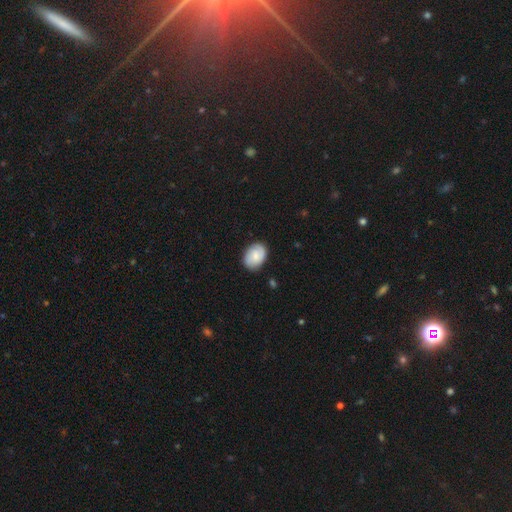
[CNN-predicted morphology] Smooth or featured?
  - smooth: 80% *
  - featured or disk: 14%
  - star or artifact: 6%
How rounded?
  - in between: 76% *
  - round: 23%
  - cigar-shaped: 1%
Merging?
  - none: 84% *
  - minor disturbance: 13%
  - major disturbance: 2%
  - merger: 1%